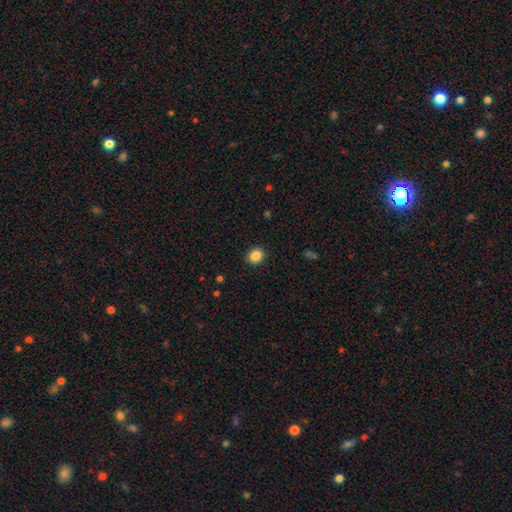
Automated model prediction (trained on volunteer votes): smooth_or_featured: smooth (p=0.86) [alt: star or artifact p=0.10]
how_rounded: round (p=0.77) [alt: in between p=0.22]
merging: none (p=0.91) [alt: minor disturbance p=0.06]